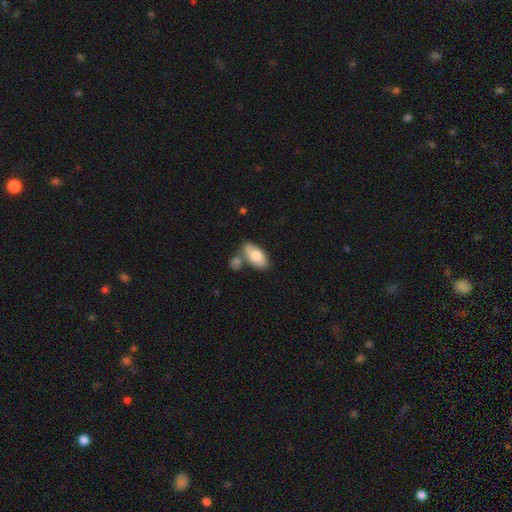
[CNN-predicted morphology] Smooth or featured?
  - smooth: 77% *
  - featured or disk: 17%
  - star or artifact: 6%
How rounded?
  - in between: 93% *
  - cigar-shaped: 4%
  - round: 3%
Merging?
  - none: 56% *
  - merger: 25%
  - minor disturbance: 15%
  - major disturbance: 4%